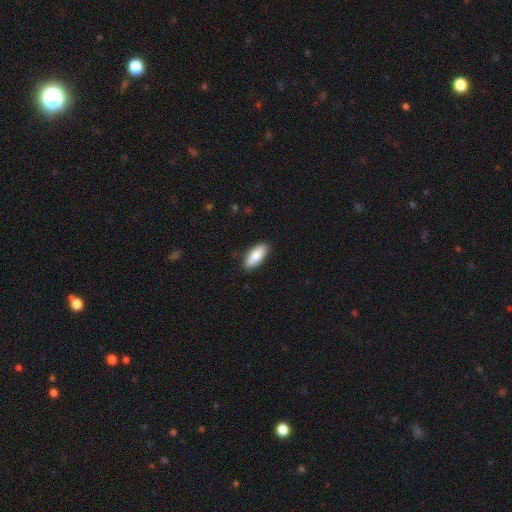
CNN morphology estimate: Smooth or featured? Predicted: smooth (p=0.85). How rounded? Predicted: in between (p=0.76). Merging? Predicted: none (p=0.89).